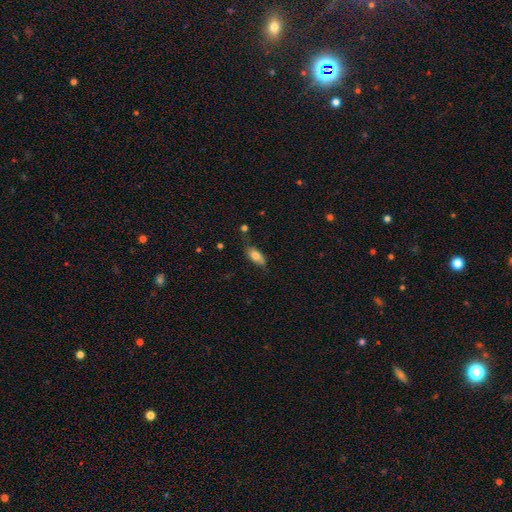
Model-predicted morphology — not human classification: Smooth or featured?
  - smooth: 73% *
  - featured or disk: 19%
  - star or artifact: 7%
How rounded?
  - in between: 82% *
  - cigar-shaped: 15%
  - round: 3%
Merging?
  - none: 68% *
  - minor disturbance: 25%
  - major disturbance: 5%
  - merger: 2%